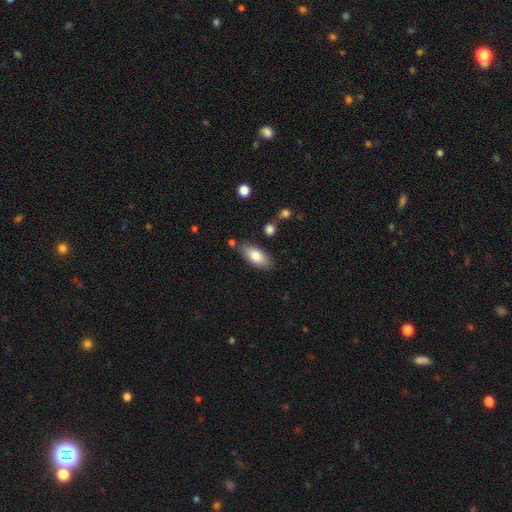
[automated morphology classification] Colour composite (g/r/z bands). It shows a smooth galaxy with no disk features (79%) that is in between round and cigar-shaped (88%). Merging: none (80%).